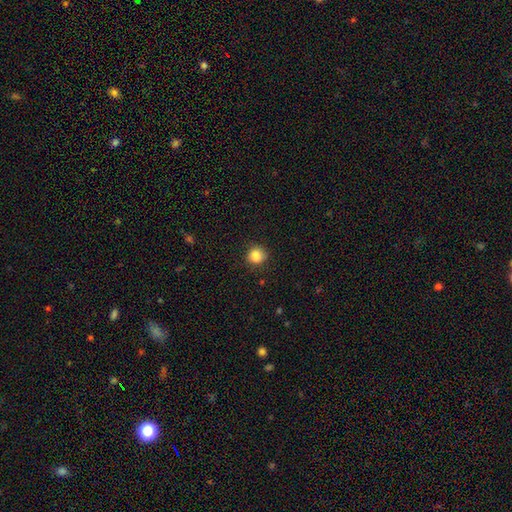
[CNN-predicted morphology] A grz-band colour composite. It shows a smooth galaxy with no disk features (86%) that is round (84%). Merging: none (81%).